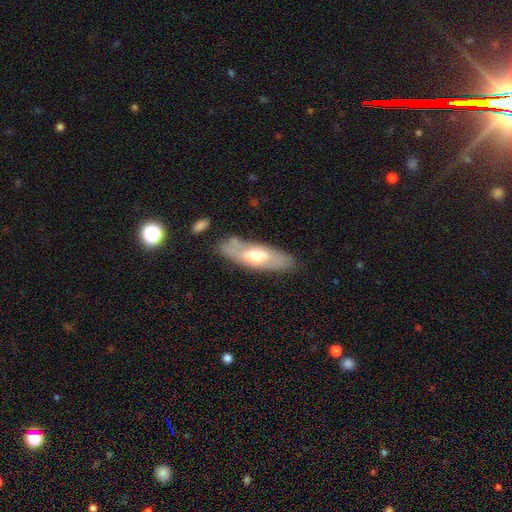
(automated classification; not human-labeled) Q: Smooth or featured?
A: featured or disk (49%); runner-up: smooth (45%)
Q: Merging?
A: none (73%); runner-up: minor disturbance (17%)